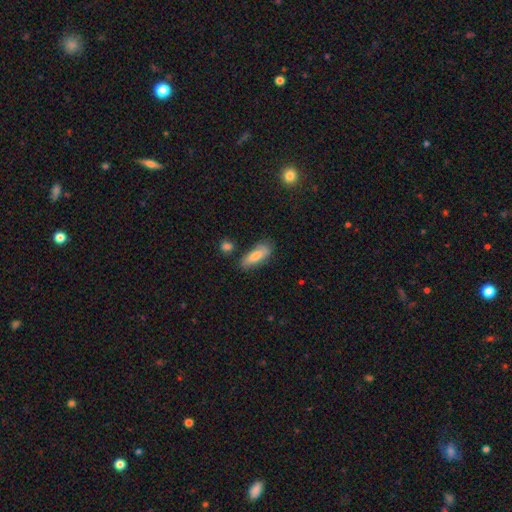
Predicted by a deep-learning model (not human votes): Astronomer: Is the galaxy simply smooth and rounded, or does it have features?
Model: smooth — 76%.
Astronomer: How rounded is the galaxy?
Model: in between — 63%.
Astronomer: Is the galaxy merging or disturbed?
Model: none — 70%.